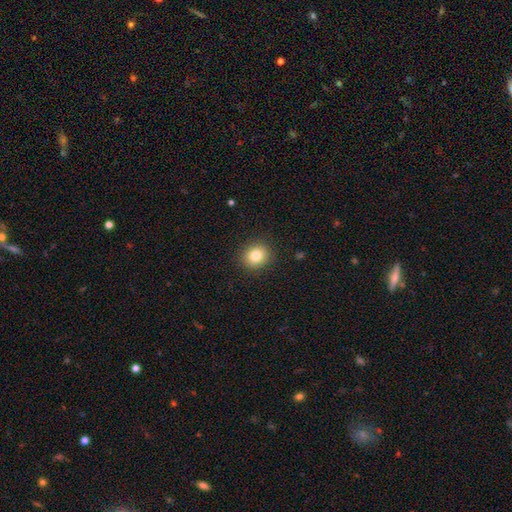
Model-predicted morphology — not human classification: A smooth galaxy with no disk features (81%) that is round (80%).

Vote fractions:
- Smooth or featured? smooth: 81% / star or artifact: 11% / featured or disk: 9%
- How rounded? round: 80% / in between: 19% / cigar-shaped: 1%
- Merging? none: 90% / minor disturbance: 7% / major disturbance: 2% / merger: 1%